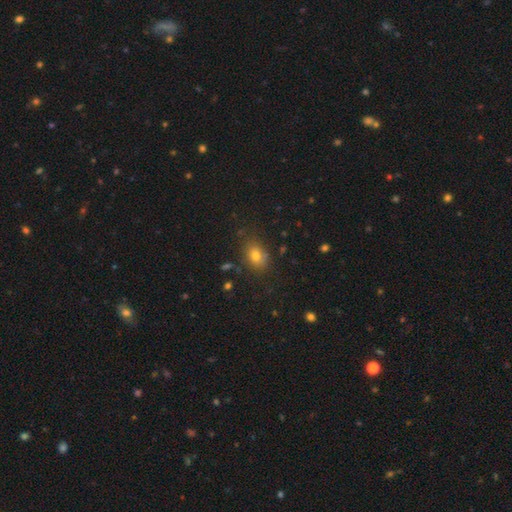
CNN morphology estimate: Q: Smooth or featured?
A: smooth (75%); runner-up: star or artifact (15%)
Q: How rounded?
A: in between (63%); runner-up: round (36%)
Q: Merging?
A: none (76%); runner-up: minor disturbance (16%)